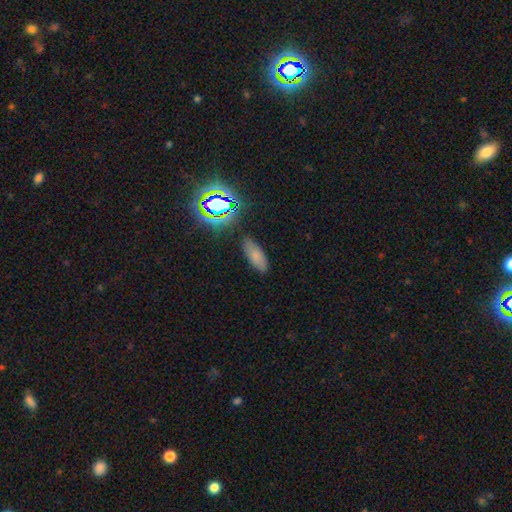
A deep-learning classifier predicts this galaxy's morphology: A smooth galaxy with no disk features (67%) that is in between round and cigar-shaped (77%).

Vote fractions:
- Smooth or featured? smooth: 67% / star or artifact: 19% / featured or disk: 14%
- How rounded? in between: 77% / cigar-shaped: 19% / round: 4%
- Merging? none: 82% / minor disturbance: 13% / major disturbance: 3% / merger: 2%